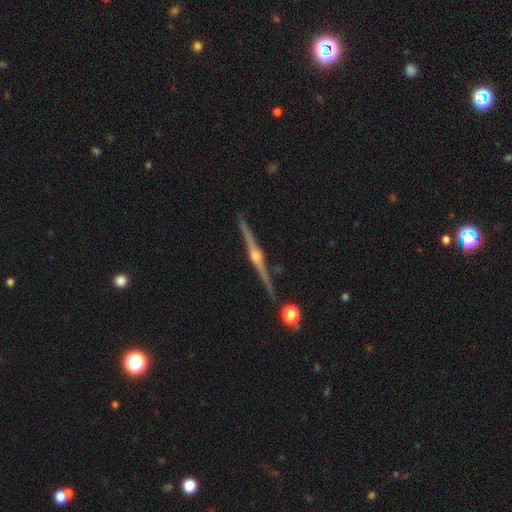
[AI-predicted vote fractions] smooth-or-featured: featured or disk: 90% | smooth: 5% | star or artifact: 5%
  disk-edge-on: yes: 99% | no: 1%
    edge-on-bulge: rounded: 90% | boxy: 6% | none: 4%
  merging: none: 91% | minor disturbance: 6% | merger: 2% | major disturbance: 1%